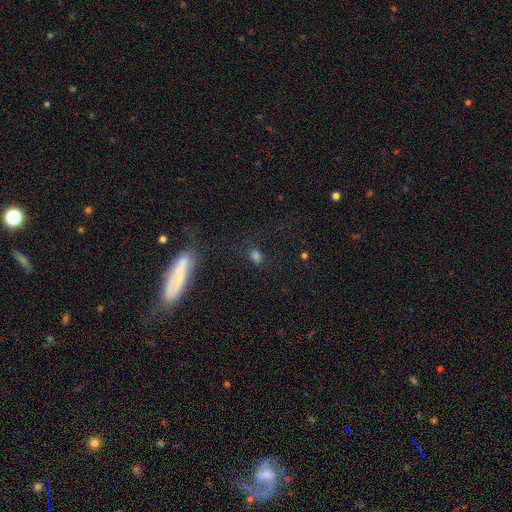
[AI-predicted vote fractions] The model was most divided on "how rounded": in between: 61%, round: 32%, cigar-shaped: 7%. More confident: merging — none (72%); smooth or featured — smooth (71%).